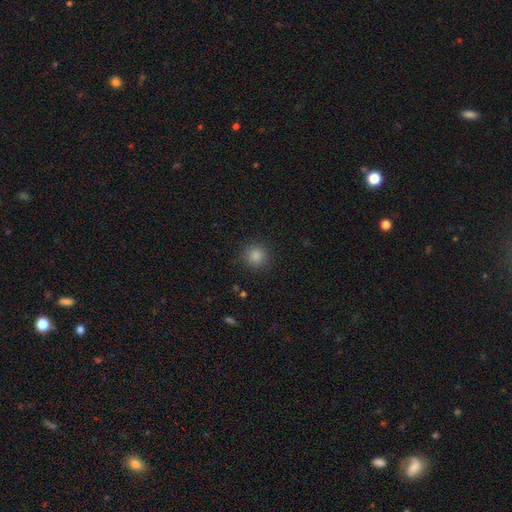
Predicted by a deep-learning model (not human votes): smooth_or_featured: smooth (p=0.84) [alt: star or artifact p=0.12]
how_rounded: round (p=0.93) [alt: in between p=0.06]
merging: none (p=0.90) [alt: minor disturbance p=0.07]